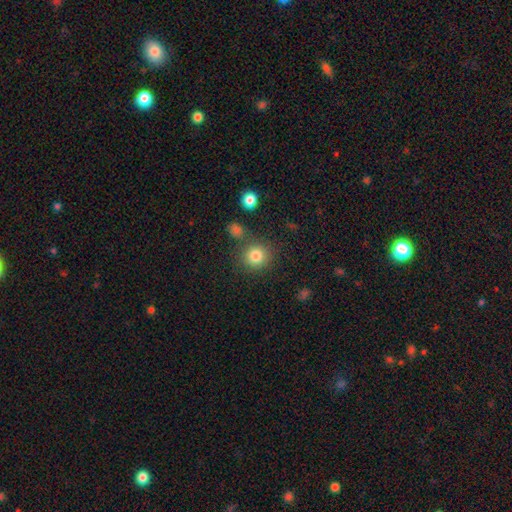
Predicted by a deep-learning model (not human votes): Smooth or featured?
  - smooth: 82% *
  - star or artifact: 12%
  - featured or disk: 7%
How rounded?
  - round: 87% *
  - in between: 12%
  - cigar-shaped: 1%
Merging?
  - none: 79% *
  - minor disturbance: 10%
  - merger: 7%
  - major disturbance: 4%